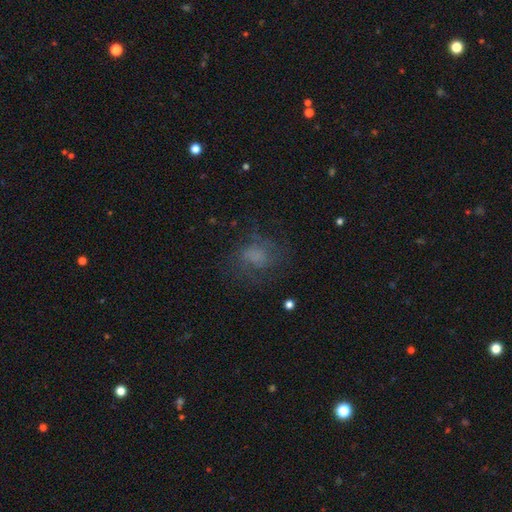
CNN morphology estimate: Smooth or featured?
  - smooth: 46% *
  - featured or disk: 36%
  - star or artifact: 18%
Merging?
  - none: 59% *
  - major disturbance: 20%
  - minor disturbance: 19%
  - merger: 2%